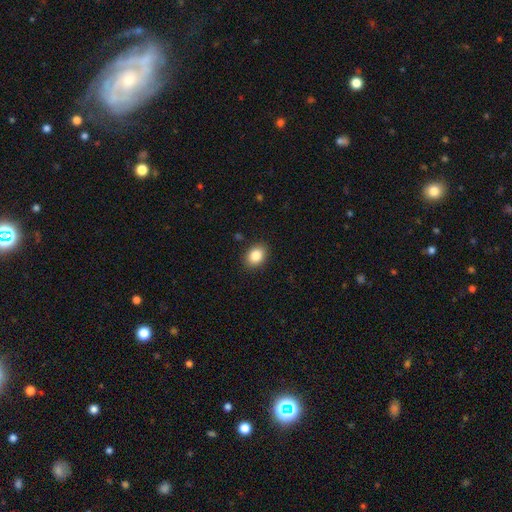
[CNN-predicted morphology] Smooth or featured? Predicted: smooth (p=0.86). How rounded? Predicted: in between (p=0.64). Merging? Predicted: none (p=0.88).